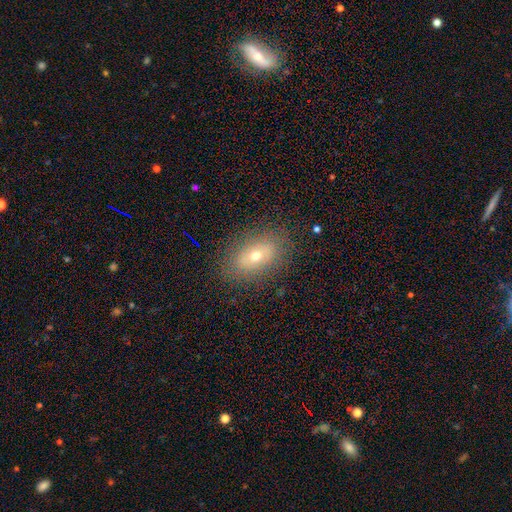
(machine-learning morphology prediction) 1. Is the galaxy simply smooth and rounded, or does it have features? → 58% smooth, 29% featured or disk, 13% star or artifact.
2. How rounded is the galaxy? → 82% in between, 14% round, 3% cigar-shaped.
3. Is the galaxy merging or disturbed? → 84% none, 11% minor disturbance, 4% major disturbance, 1% merger.